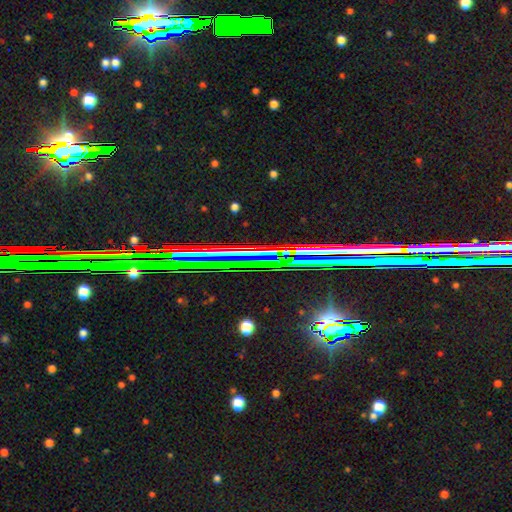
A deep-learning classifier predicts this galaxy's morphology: The model was most divided on "smooth or featured": star or artifact: 69%, featured or disk: 18%, smooth: 13%.